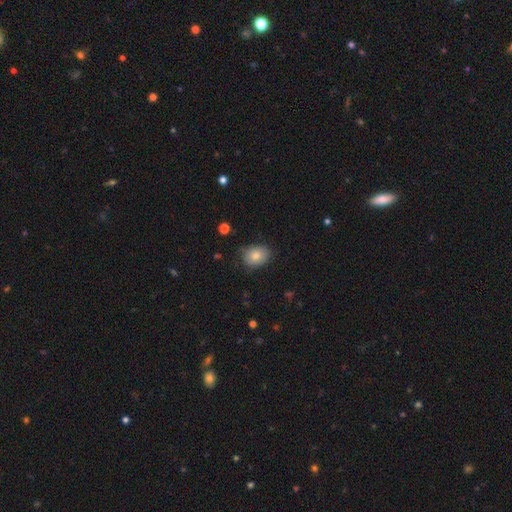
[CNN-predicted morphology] A smooth galaxy with no disk features (80%) that is in between round and cigar-shaped (61%). Merging: none (76%).